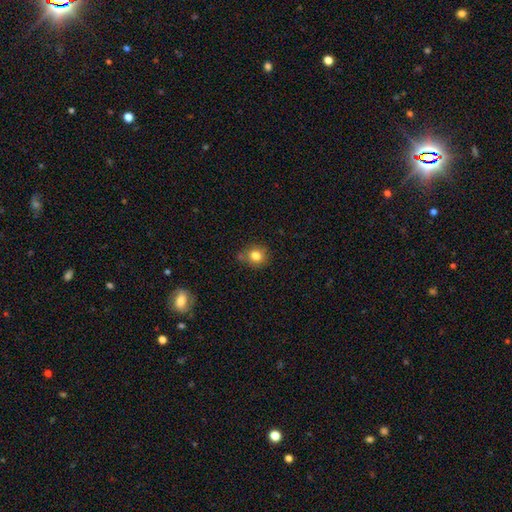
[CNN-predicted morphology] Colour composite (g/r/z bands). It shows a smooth galaxy with no disk features (81%) that is round (84%). Merging: none (73%).